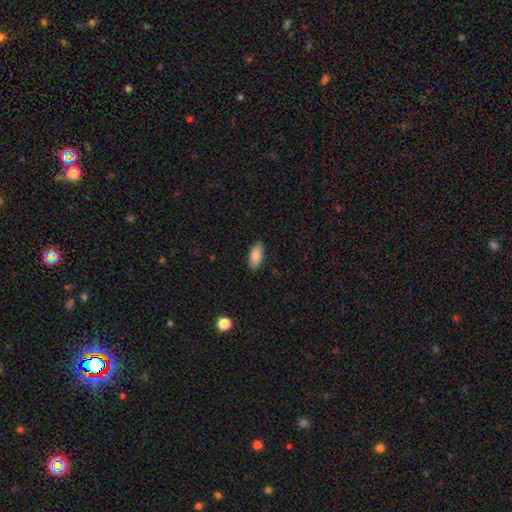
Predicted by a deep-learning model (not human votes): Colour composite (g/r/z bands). It shows a smooth galaxy with no disk features (86%) that is in between round and cigar-shaped (90%). Merging: none (84%).